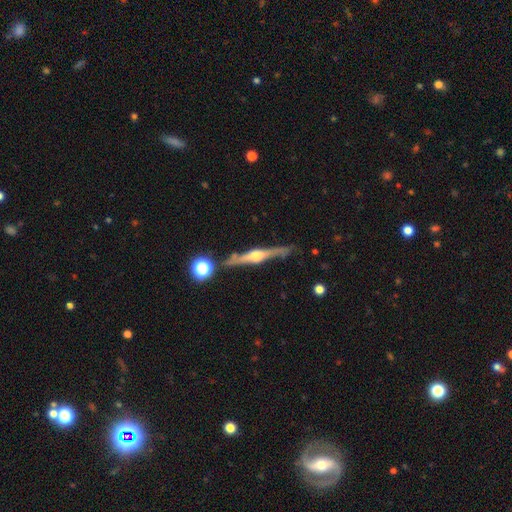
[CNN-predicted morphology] smooth-or-featured: featured or disk: 81% | smooth: 14% | star or artifact: 6%
  disk-edge-on: yes: 97% | no: 3%
    edge-on-bulge: rounded: 91% | boxy: 6% | none: 3%
  merging: none: 79% | minor disturbance: 13% | merger: 5% | major disturbance: 3%